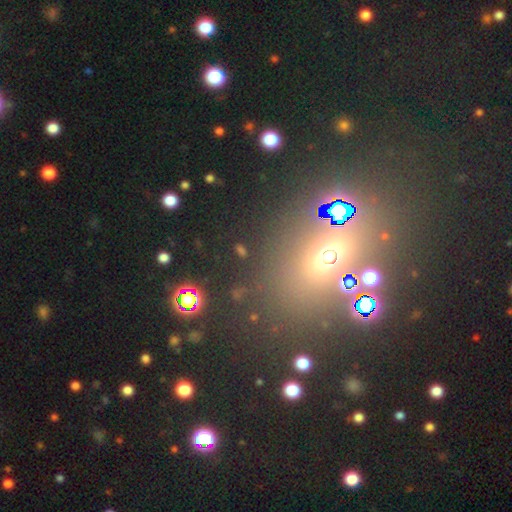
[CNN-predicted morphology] Overall: star or artifact (49%; smooth 36%).